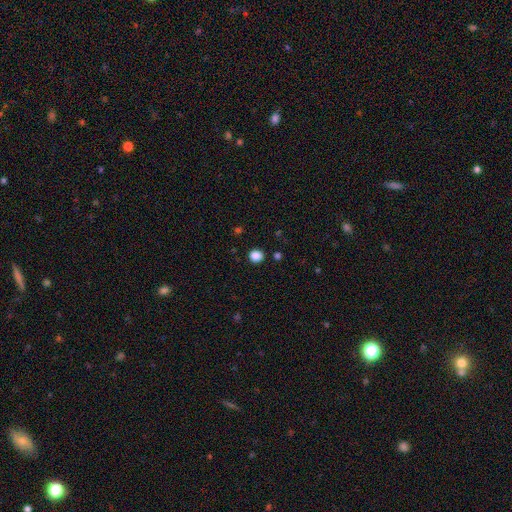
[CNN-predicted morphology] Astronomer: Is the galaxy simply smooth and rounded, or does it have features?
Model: smooth — 86%.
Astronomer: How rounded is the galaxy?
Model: round — 82%.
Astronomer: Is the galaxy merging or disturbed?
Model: none — 90%.